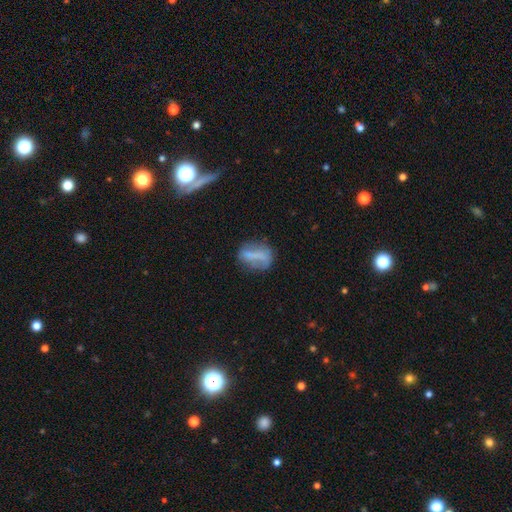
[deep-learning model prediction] Smooth or featured: smooth — 50% (featured or disk — 39%)
How rounded: in between — 61% (round — 23%)
Merging: none — 59% (minor disturbance — 23%)